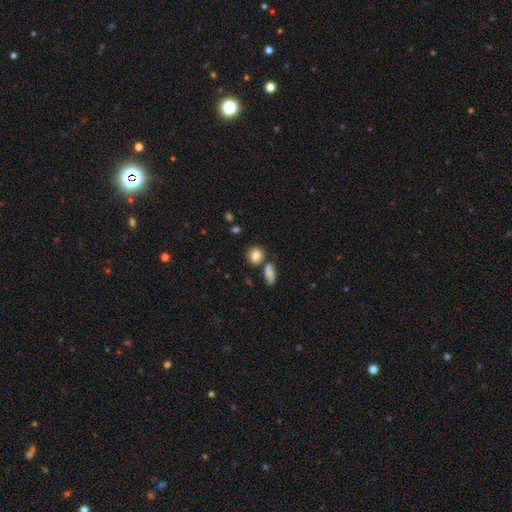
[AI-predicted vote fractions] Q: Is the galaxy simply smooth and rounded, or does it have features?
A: smooth — 84%.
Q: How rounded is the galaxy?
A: round — 71%.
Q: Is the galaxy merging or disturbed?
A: none — 67%.